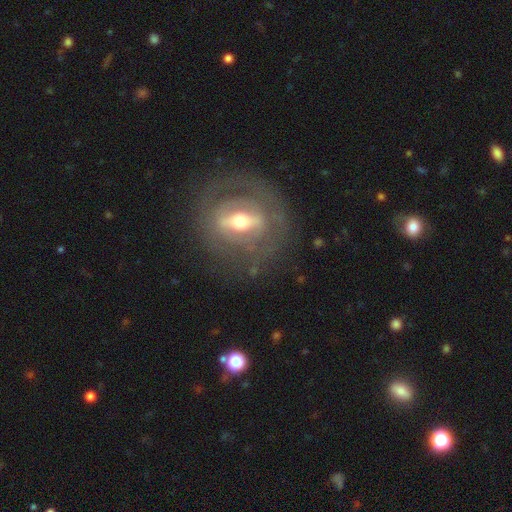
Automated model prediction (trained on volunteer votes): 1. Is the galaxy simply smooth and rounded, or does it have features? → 76% featured or disk, 16% smooth, 8% star or artifact.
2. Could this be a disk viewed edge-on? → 81% no, 19% yes.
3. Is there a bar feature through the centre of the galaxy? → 56% strong, 29% weak, 14% no.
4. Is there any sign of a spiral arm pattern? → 54% no, 46% yes.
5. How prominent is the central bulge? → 63% moderate, 25% small, 10% large, 1% dominant, 1% none.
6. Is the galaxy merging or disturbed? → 75% none, 13% minor disturbance, 10% major disturbance, 2% merger.